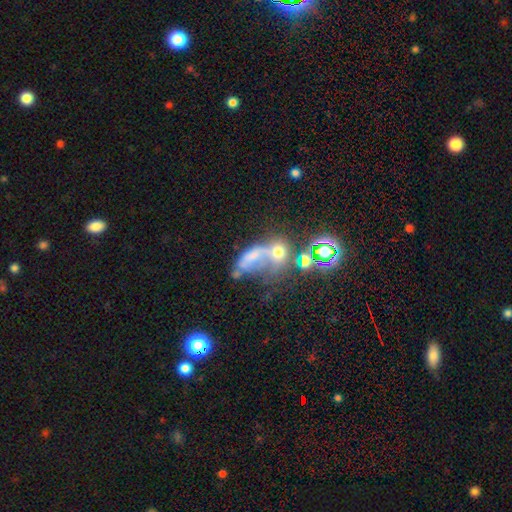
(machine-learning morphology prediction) The model was most divided on "smooth or featured": smooth: 47%, featured or disk: 30%, star or artifact: 22%. More confident: merging — merger (50%).